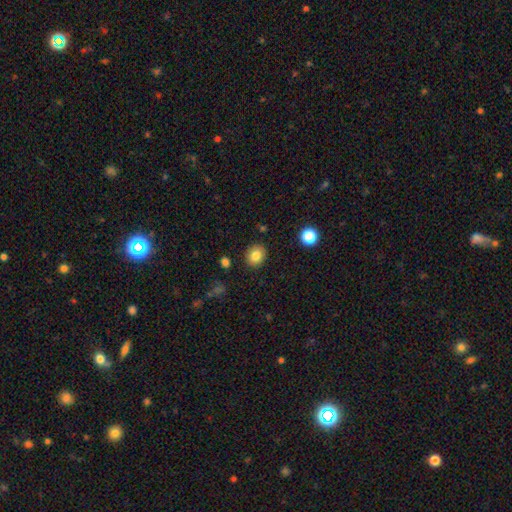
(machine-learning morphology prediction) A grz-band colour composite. It shows a smooth galaxy with no disk features (82%) that is round (71%). Merging: none (89%).